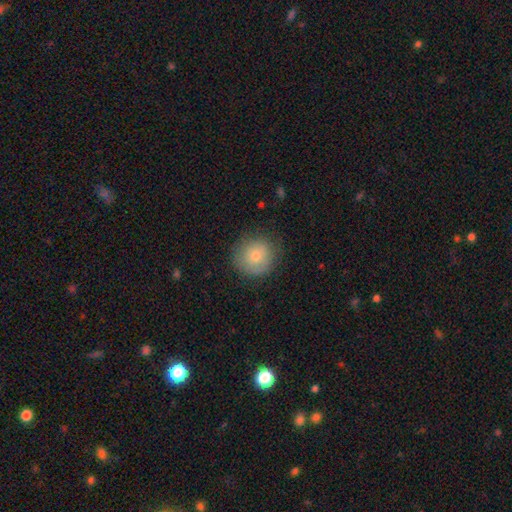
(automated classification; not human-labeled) A smooth galaxy with no disk features (72%) that is round (91%). Merging: none (80%).